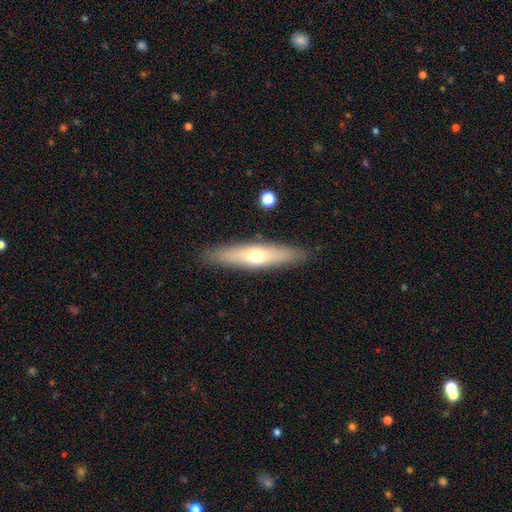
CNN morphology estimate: Smooth or featured? Predicted: smooth (p=0.51). How rounded? Predicted: cigar-shaped (p=0.80). Merging? Predicted: none (p=0.88).